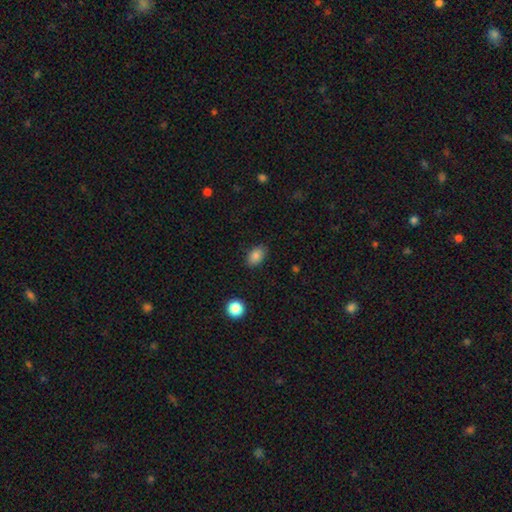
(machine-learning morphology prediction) smooth-or-featured: smooth: 84% | star or artifact: 10% | featured or disk: 7%
  how-rounded: in between: 82% | round: 16% | cigar-shaped: 1%
  merging: none: 85% | minor disturbance: 11% | major disturbance: 3% | merger: 1%